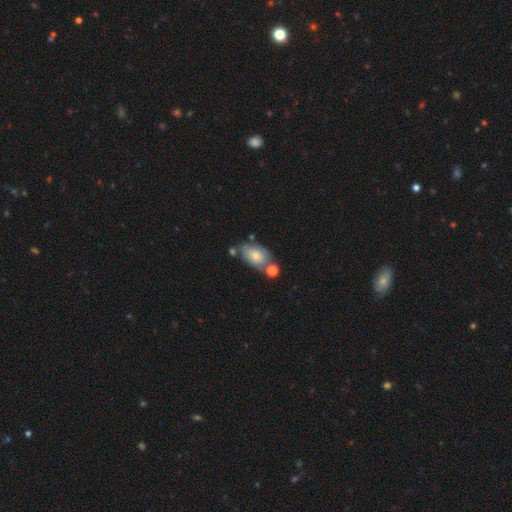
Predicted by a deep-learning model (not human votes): The model was most divided on "merging": none: 51%, minor disturbance: 22%, merger: 20%, major disturbance: 7%. More confident: how rounded — in between (89%); smooth or featured — smooth (71%).